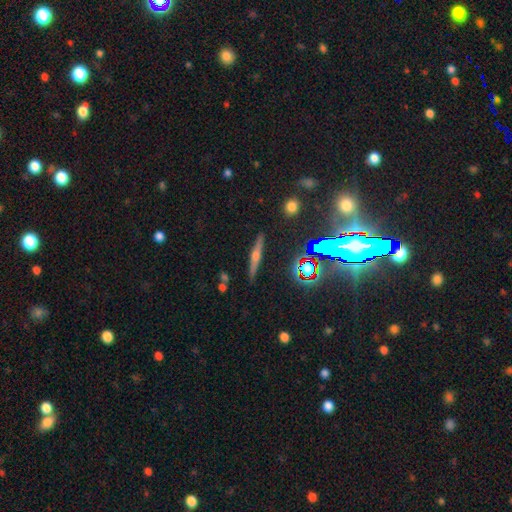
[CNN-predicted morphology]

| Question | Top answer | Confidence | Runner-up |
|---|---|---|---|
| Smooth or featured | featured or disk | 59% | smooth (24%) |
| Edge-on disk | yes | 96% | no (4%) |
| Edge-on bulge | rounded | 85% | none (8%) |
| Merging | none | 89% | minor disturbance (8%) |